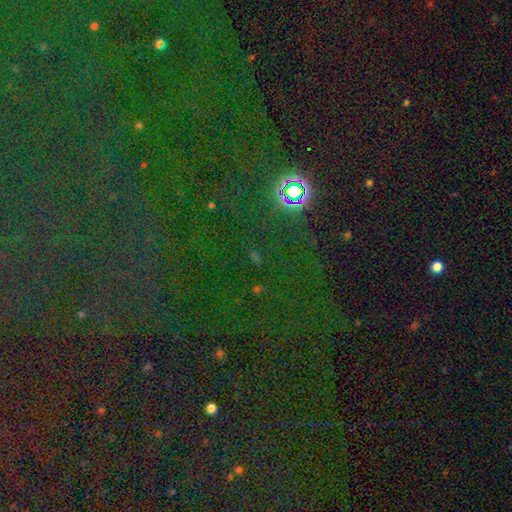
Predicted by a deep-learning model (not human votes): smooth_or_featured: star or artifact (p=0.74) [alt: smooth p=0.18]